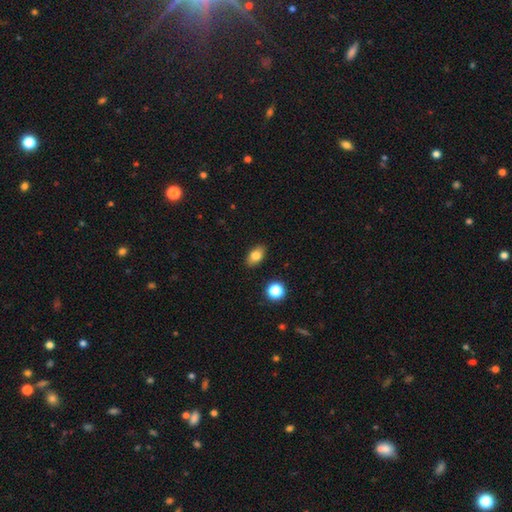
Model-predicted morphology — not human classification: Smooth or featured? smooth (79%)
How rounded? in between (87%)
Merging? none (88%)